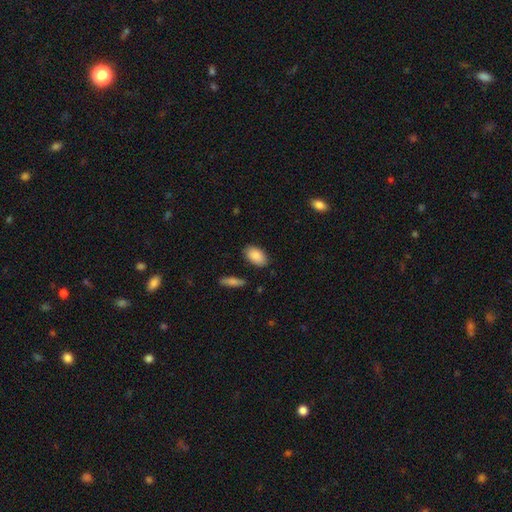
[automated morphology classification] Smooth or featured: smooth — 88% (star or artifact — 6%)
How rounded: in between — 93% (round — 5%)
Merging: none — 85% (minor disturbance — 11%)